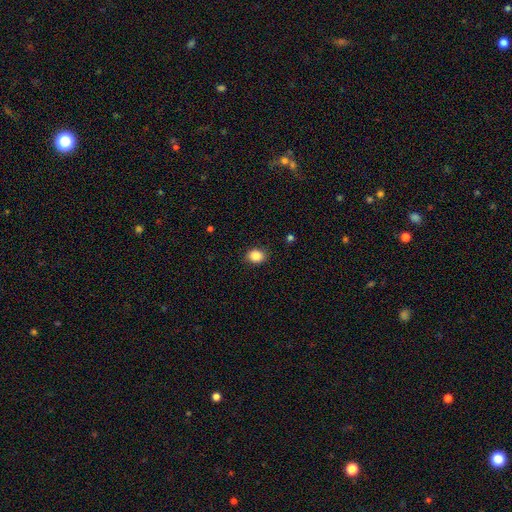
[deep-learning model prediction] Overall: smooth (87%). How rounded: round (57%; in between 43%). Merging: none (88%).